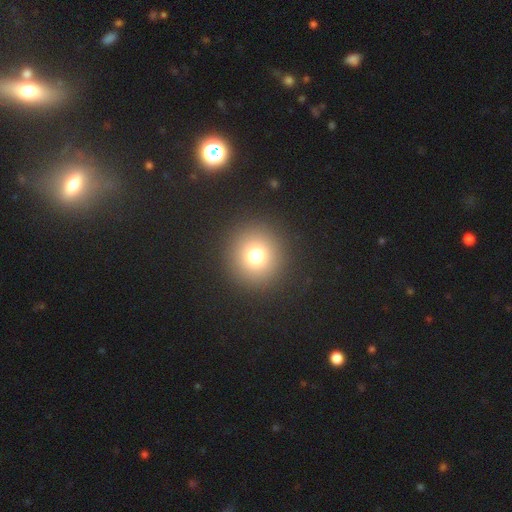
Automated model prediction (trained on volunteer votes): smooth 74%, star or artifact 17%, featured or disk 9%. Down the decision tree: how rounded — round (94%); merging — none (91%).